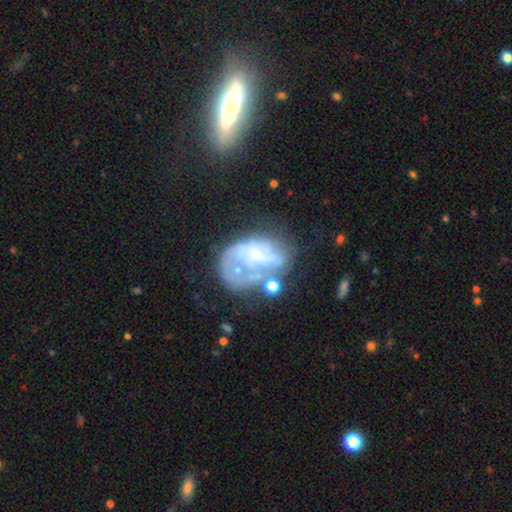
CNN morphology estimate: Overall: featured or disk (61%; smooth 27%). Edge-on disk: no (97%). Bar: no (73%). Spiral arms: no (60%; yes 40%). Bulge size: small (44%; none 35%). Merging: major disturbance (36%; none 27%).